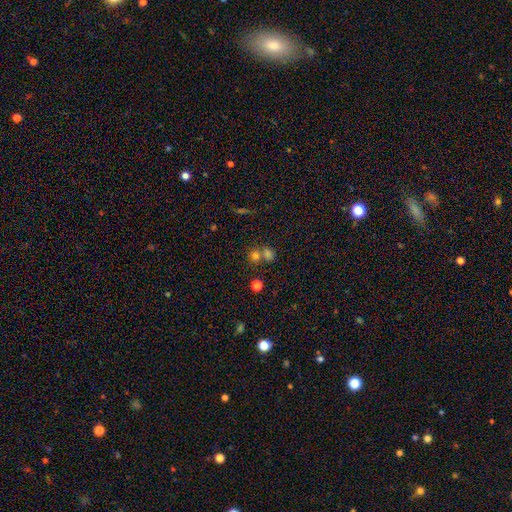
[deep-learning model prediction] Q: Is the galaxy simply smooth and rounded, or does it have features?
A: smooth — 70%.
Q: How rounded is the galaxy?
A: round — 78%.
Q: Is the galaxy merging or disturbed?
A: none — 45%, tied with merger.